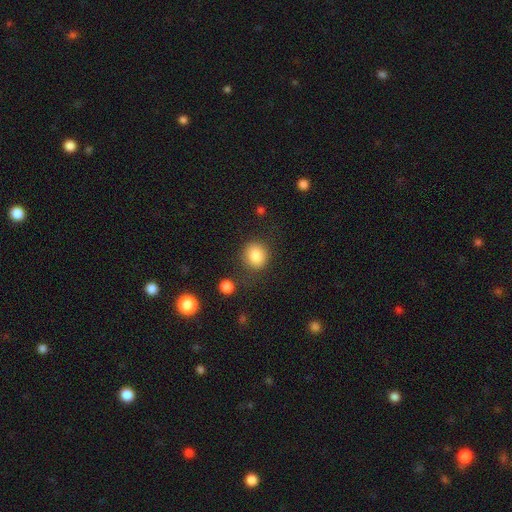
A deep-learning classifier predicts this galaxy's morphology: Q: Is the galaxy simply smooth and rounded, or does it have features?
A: smooth — 86%.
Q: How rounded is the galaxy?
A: round — 80%.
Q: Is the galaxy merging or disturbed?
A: none — 78%.